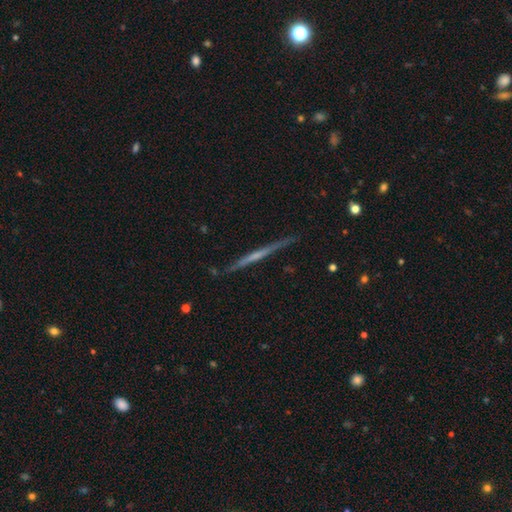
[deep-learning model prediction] This appears to be a featured or disk galaxy (68%) viewed edge-on (97%) with no central bulge (75%). Merging: none (87%).